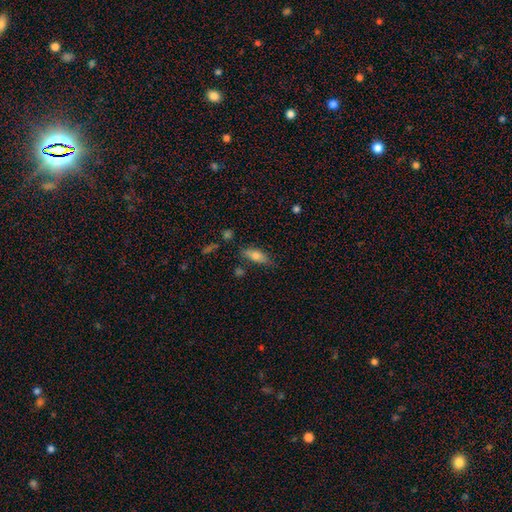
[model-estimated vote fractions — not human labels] Smooth or featured? smooth (69%)
How rounded? in between (67%)
Merging? none (70%)